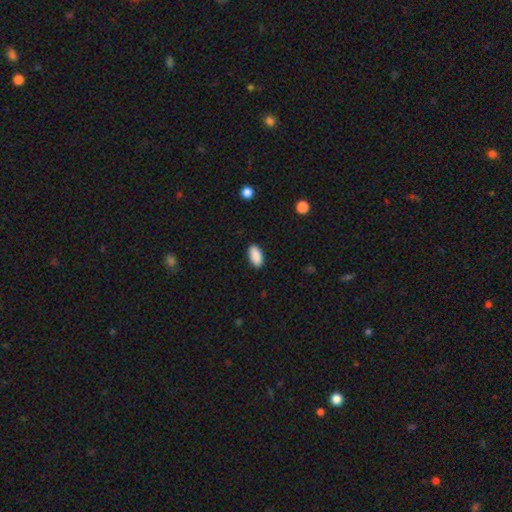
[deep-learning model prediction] smooth 91%, star or artifact 7%, featured or disk 3%. Down the decision tree: how rounded — in between (92%); merging — none (89%).